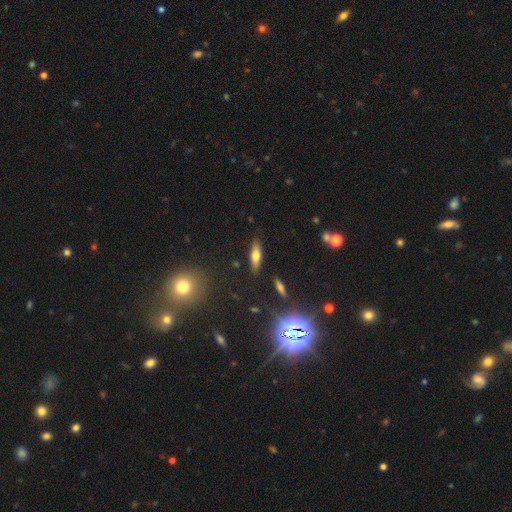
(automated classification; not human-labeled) This is possibly a smooth galaxy (53%). How rounded: possibly cigar-shaped (58%). Merging: clearly none (85%).